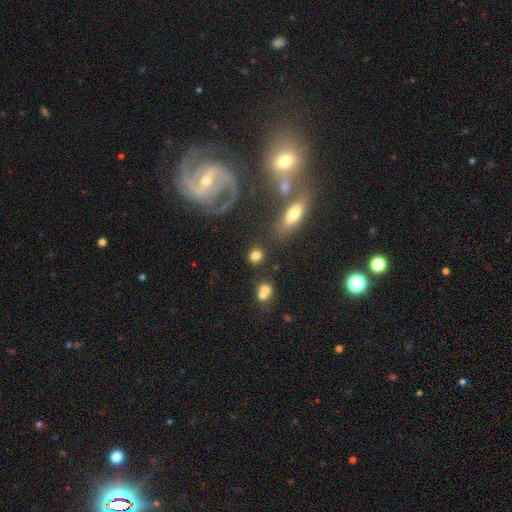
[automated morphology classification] smooth_or_featured: smooth (p=0.75) [alt: star or artifact p=0.12]
how_rounded: round (p=0.79) [alt: in between p=0.19]
merging: none (p=0.71) [alt: merger p=0.13]